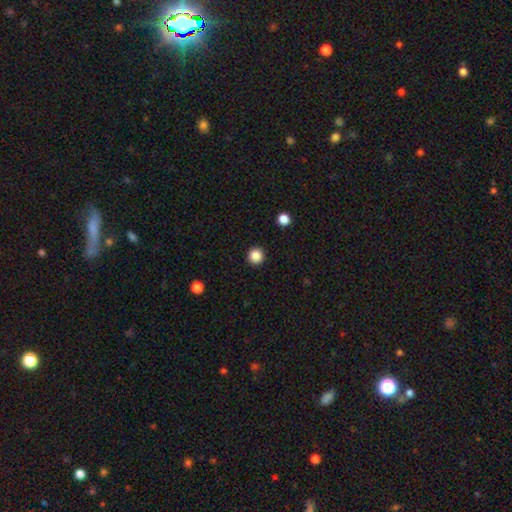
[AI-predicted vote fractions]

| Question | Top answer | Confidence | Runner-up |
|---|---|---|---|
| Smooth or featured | smooth | 87% | star or artifact (10%) |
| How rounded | round | 96% | in between (3%) |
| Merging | none | 93% | minor disturbance (4%) |